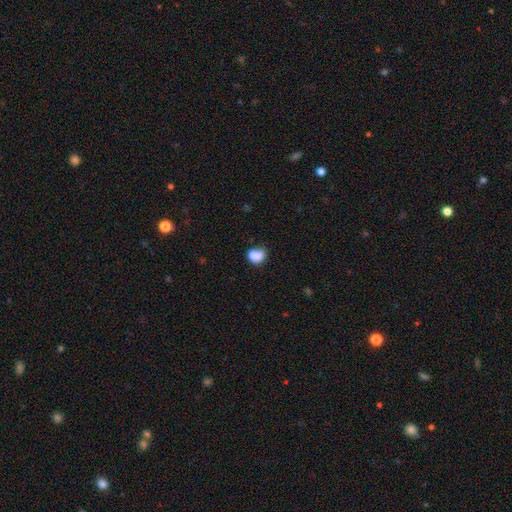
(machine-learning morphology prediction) Q: Smooth or featured?
A: smooth (87%); runner-up: star or artifact (9%)
Q: How rounded?
A: round (53%); runner-up: in between (46%)
Q: Merging?
A: none (63%); runner-up: minor disturbance (29%)